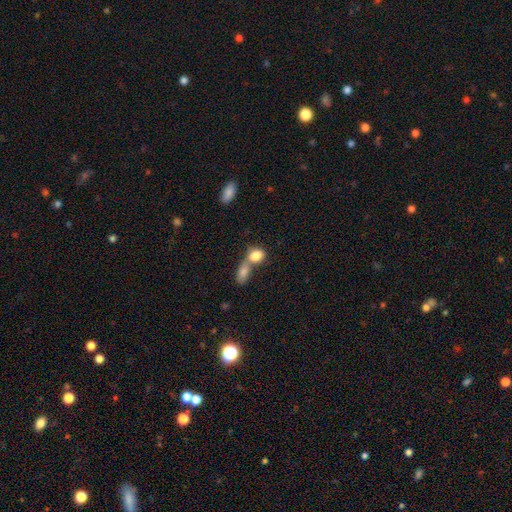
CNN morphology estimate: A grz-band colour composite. It shows a smooth galaxy with no disk features (82%) that is in between round and cigar-shaped (70%). Merging: merger (66%).